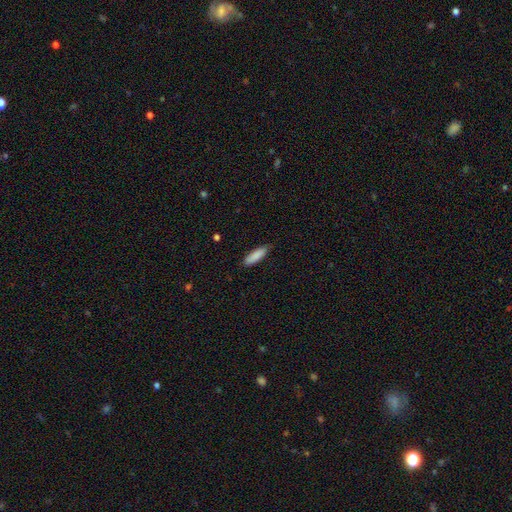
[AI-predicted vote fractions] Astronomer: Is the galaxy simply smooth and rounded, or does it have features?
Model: smooth — 88%.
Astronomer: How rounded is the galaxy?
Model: cigar-shaped — 55% (runner-up: in between, 43%).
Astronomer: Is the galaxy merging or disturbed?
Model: none — 82%.